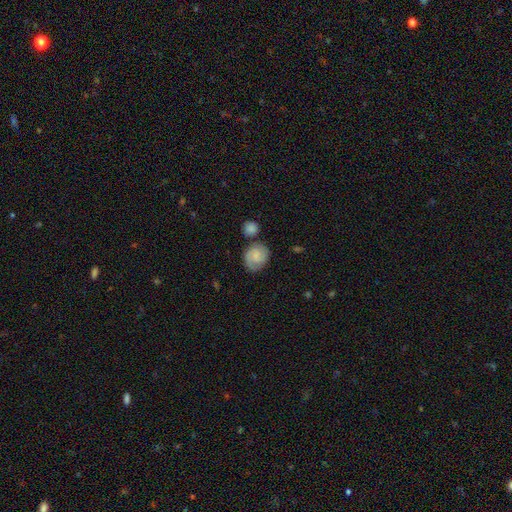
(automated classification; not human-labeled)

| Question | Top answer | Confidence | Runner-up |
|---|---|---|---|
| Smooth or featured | smooth | 58% | featured or disk (34%) |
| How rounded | round | 64% | in between (35%) |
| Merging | none | 62% | minor disturbance (20%) |